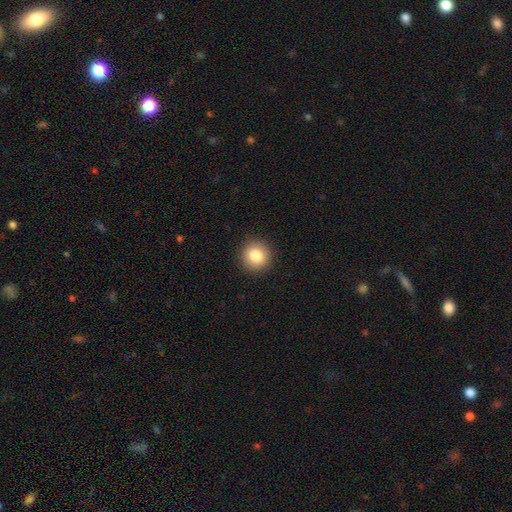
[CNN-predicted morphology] A smooth galaxy with no disk features (83%) that is round (92%).

Vote fractions:
- Smooth or featured? smooth: 83% / star or artifact: 9% / featured or disk: 7%
- How rounded? round: 92% / in between: 7% / cigar-shaped: 1%
- Merging? none: 92% / minor disturbance: 6% / major disturbance: 2% / merger: 1%